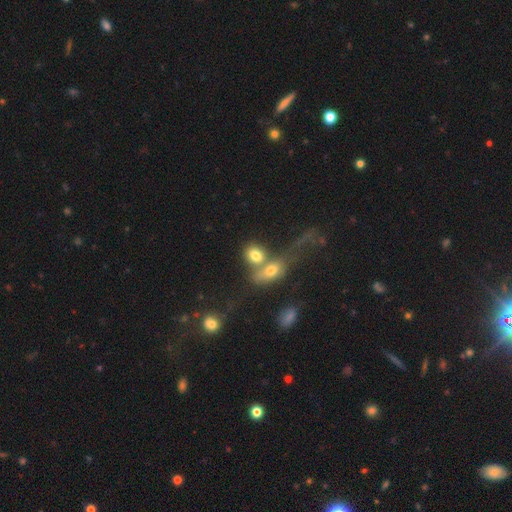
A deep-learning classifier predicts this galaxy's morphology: Smooth or featured: smooth — 73% (featured or disk — 16%)
How rounded: in between — 63% (round — 34%)
Merging: merger — 55% (none — 28%)